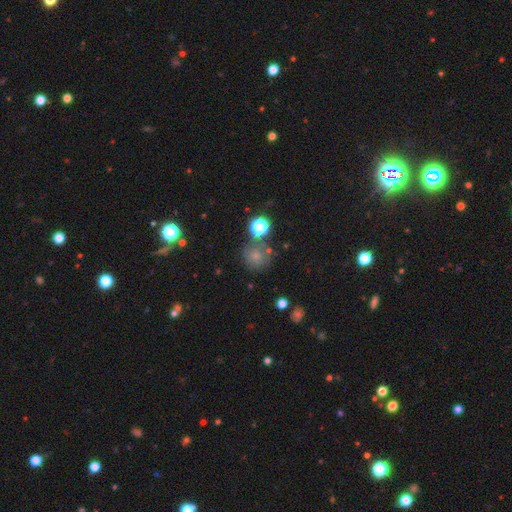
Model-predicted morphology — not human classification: This is likely a smooth galaxy (64%). How rounded: clearly round (88%). Merging: likely none (64%).